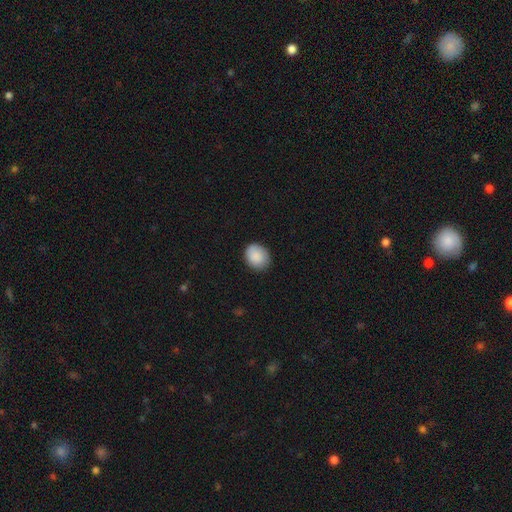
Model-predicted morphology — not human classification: The model was most divided on "how rounded": round: 55%, in between: 44%, cigar-shaped: 1%. More confident: smooth or featured — smooth (89%); merging — none (82%).